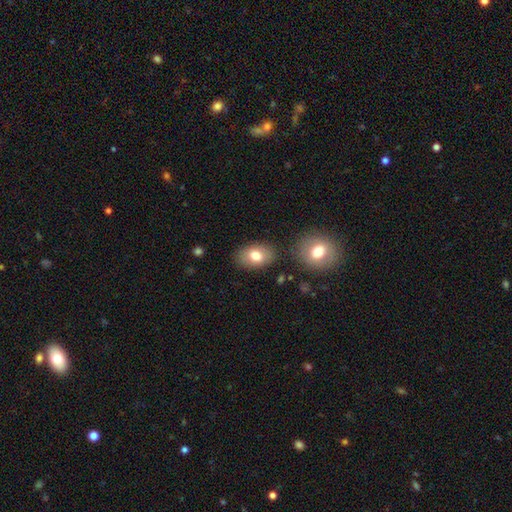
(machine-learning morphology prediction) type=smooth (77%); roundness=in between (83%); merging=none (82%).